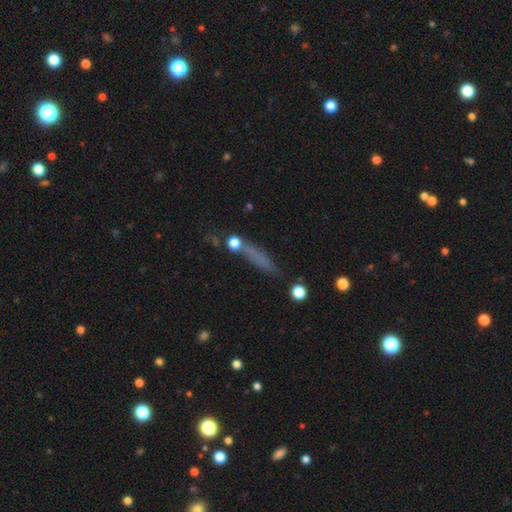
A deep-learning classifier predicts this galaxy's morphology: A smooth galaxy with no disk features (58%) that is cigar-shaped (77%).

Vote fractions:
- Smooth or featured? smooth: 58% / featured or disk: 22% / star or artifact: 19%
- How rounded? cigar-shaped: 77% / in between: 16% / round: 7%
- Merging? none: 67% / minor disturbance: 16% / merger: 9% / major disturbance: 8%